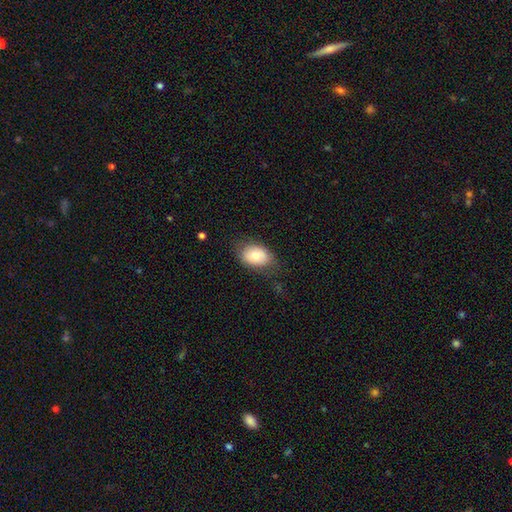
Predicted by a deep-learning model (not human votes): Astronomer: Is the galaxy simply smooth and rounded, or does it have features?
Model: smooth — 75%.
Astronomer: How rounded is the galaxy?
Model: in between — 81%.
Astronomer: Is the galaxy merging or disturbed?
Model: none — 72%.